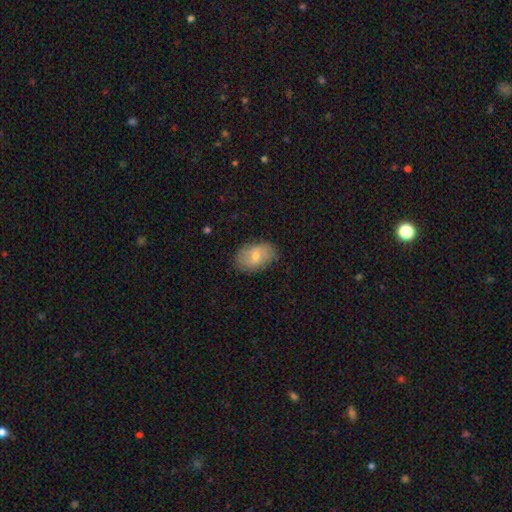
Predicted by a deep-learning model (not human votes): smooth_or_featured: smooth (p=0.62) [alt: featured or disk p=0.31]
how_rounded: in between (p=0.89) [alt: round p=0.10]
merging: none (p=0.79) [alt: minor disturbance p=0.16]